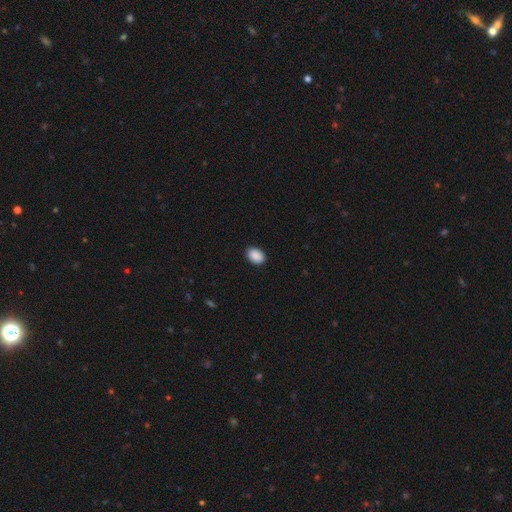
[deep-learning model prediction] The model was most divided on "how rounded": in between: 81%, round: 18%, cigar-shaped: 1%. More confident: smooth or featured — smooth (90%); merging — none (89%).